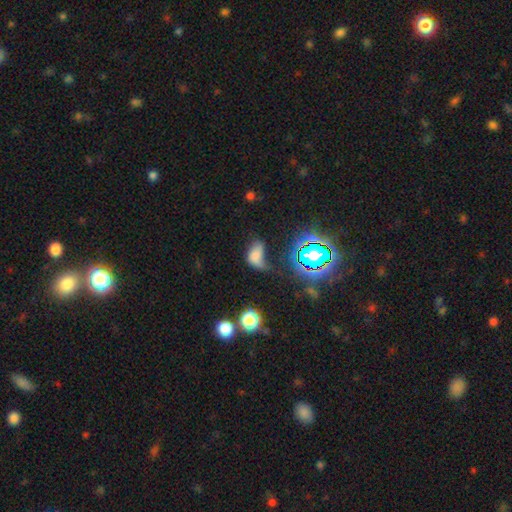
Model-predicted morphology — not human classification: smooth 56%, featured or disk 23%, star or artifact 21%. Down the decision tree: how rounded — in between (85%); merging — major disturbance (39%).